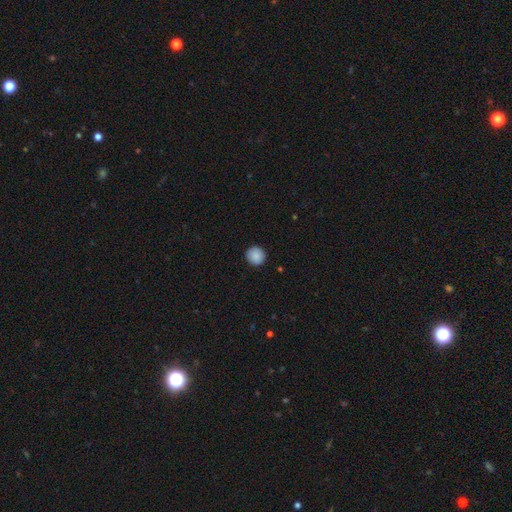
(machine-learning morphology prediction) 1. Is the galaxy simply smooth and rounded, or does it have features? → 88% smooth, 8% star or artifact, 3% featured or disk.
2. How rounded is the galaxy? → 93% round, 6% in between, 1% cigar-shaped.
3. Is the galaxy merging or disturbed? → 92% none, 6% minor disturbance, 2% major disturbance, 1% merger.